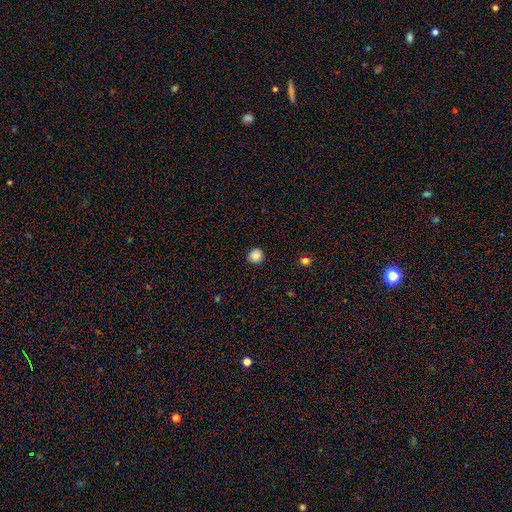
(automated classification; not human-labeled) The model was most divided on "smooth or featured": smooth: 85%, star or artifact: 10%, featured or disk: 5%. More confident: how rounded — round (92%); merging — none (90%).